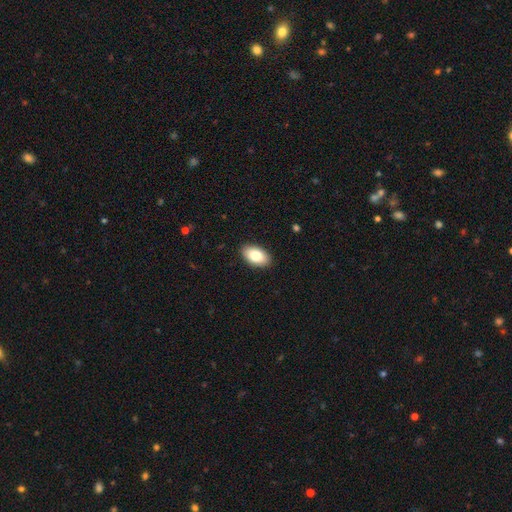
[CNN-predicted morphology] Smooth or featured? Predicted: smooth (p=0.81). How rounded? Predicted: in between (p=0.94). Merging? Predicted: none (p=0.90).